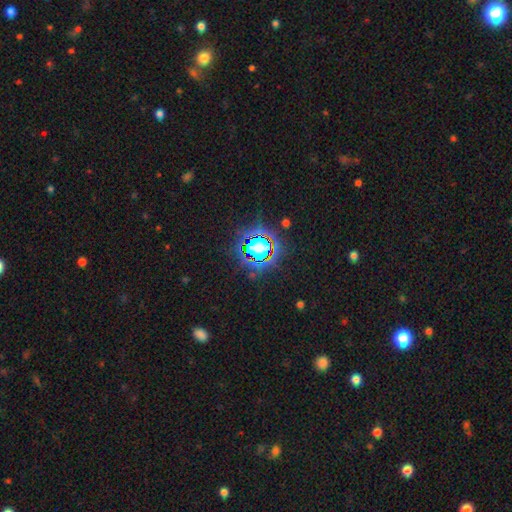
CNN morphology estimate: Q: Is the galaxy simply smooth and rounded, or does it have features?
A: star or artifact — 83%.